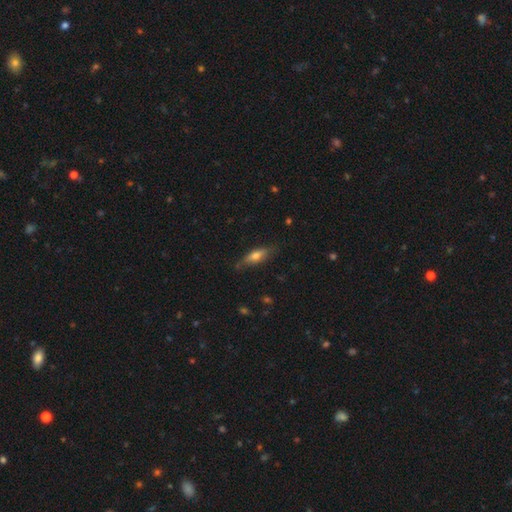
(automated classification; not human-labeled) A smooth galaxy with no disk features (63%) that is in between round and cigar-shaped (56%). Merging: none (75%).